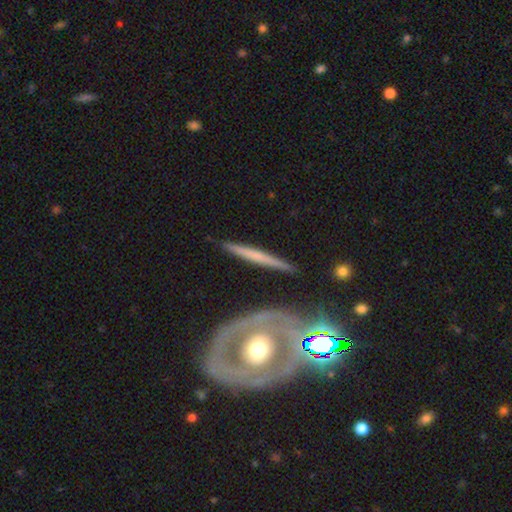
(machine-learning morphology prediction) Smooth or featured? featured or disk (60%)
Edge-on disk? yes (88%)
Edge-on bulge? none (68%)
Merging? none (88%)